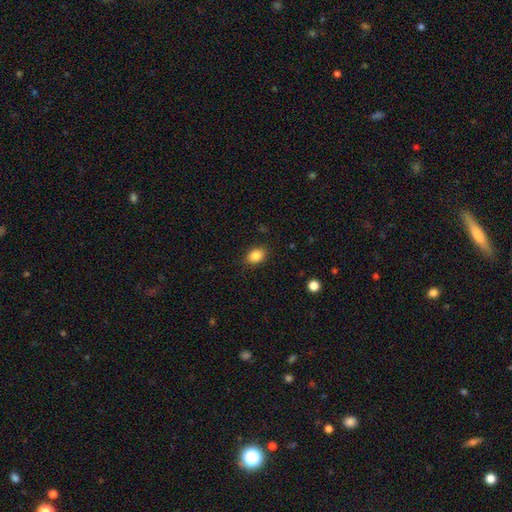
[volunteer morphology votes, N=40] A smooth galaxy with no disk features (88%) that is in between round and cigar-shaped (51%). Merging: none (87%).